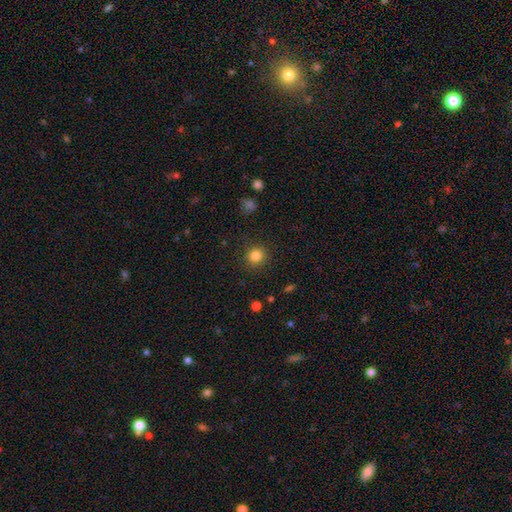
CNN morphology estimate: This is clearly a smooth galaxy (83%). How rounded: clearly round (92%). Merging: clearly none (90%).